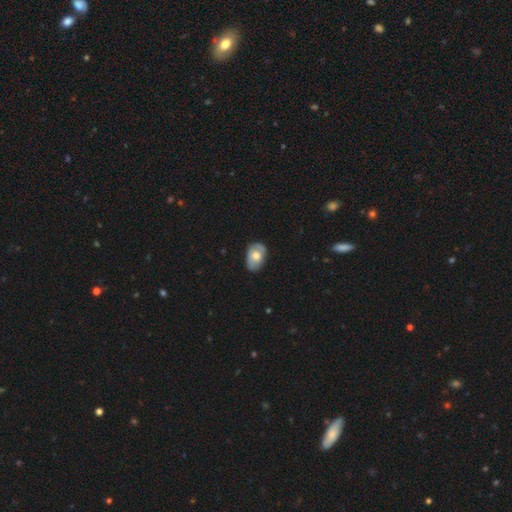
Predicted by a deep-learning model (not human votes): This is likely a smooth galaxy (61%). How rounded: clearly in between (85%). Merging: likely none (67%).